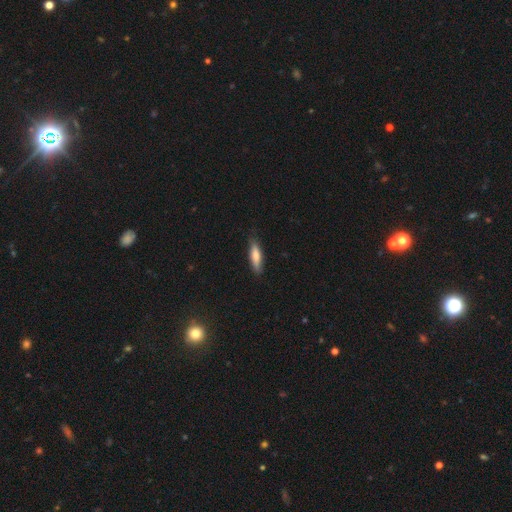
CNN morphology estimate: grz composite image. It shows a smooth galaxy with no disk features (72%) that is cigar-shaped (69%). Merging: none (84%).